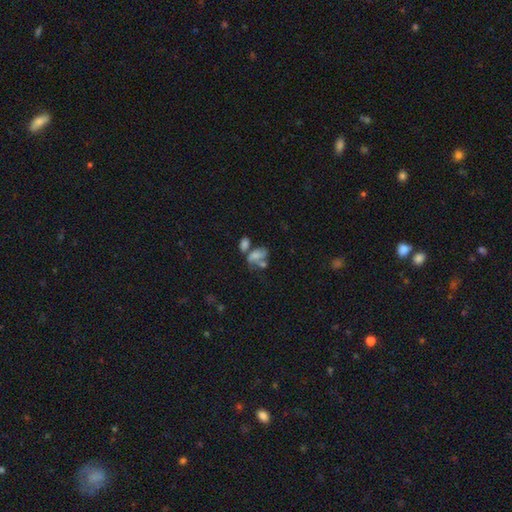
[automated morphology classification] This appears to be a smooth galaxy with no disk features (56%) that is in between round and cigar-shaped (82%). Merging: merger (43%).